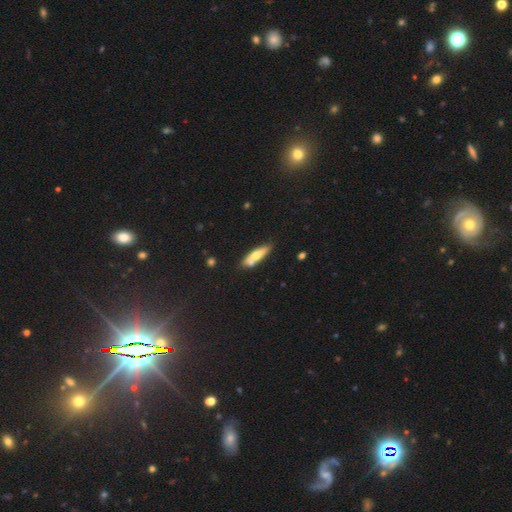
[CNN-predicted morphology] smooth_or_featured: smooth (p=0.58) [alt: featured or disk p=0.35]
how_rounded: cigar-shaped (p=0.66) [alt: in between p=0.31]
merging: none (p=0.70) [alt: minor disturbance p=0.16]